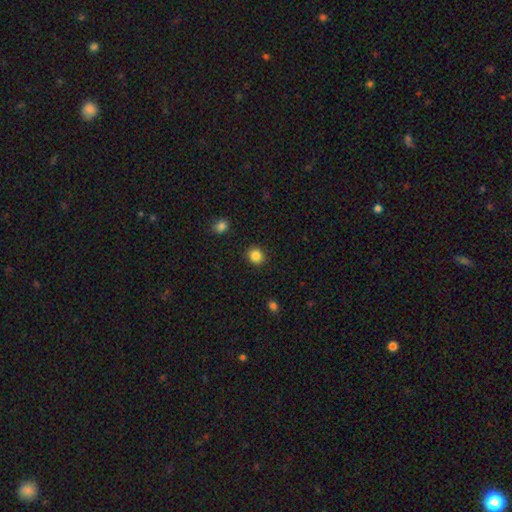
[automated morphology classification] type=smooth (86%); roundness=round (82%); merging=none (91%).